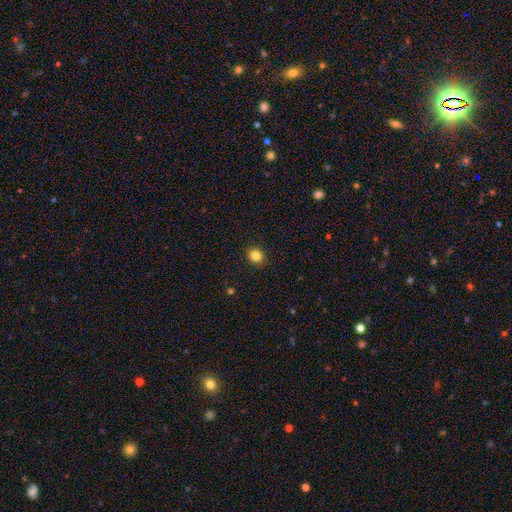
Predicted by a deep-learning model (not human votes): Smooth or featured?
  - smooth: 84% *
  - star or artifact: 11%
  - featured or disk: 5%
How rounded?
  - round: 85% *
  - in between: 14%
  - cigar-shaped: 1%
Merging?
  - none: 92% *
  - minor disturbance: 6%
  - major disturbance: 2%
  - merger: 1%